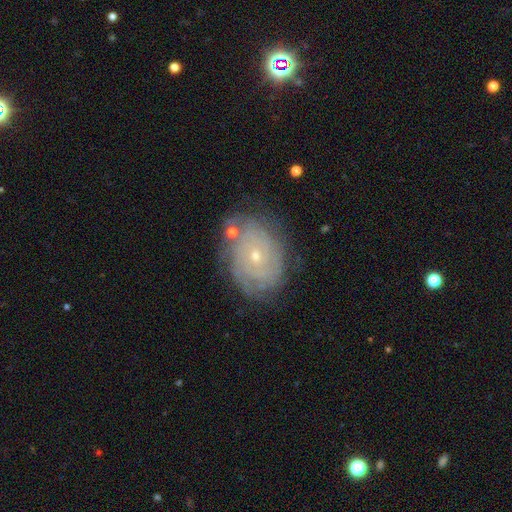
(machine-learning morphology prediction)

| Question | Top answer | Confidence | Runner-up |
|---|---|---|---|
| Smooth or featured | featured or disk | 74% | smooth (18%) |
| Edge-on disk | no | 96% | yes (4%) |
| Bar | no | 83% | weak (14%) |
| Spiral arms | yes | 85% | no (15%) |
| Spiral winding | tight | 81% | medium (15%) |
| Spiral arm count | can't tell | 54% | 2 (12%) |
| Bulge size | small | 74% | moderate (23%) |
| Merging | none | 74% | minor disturbance (17%) |